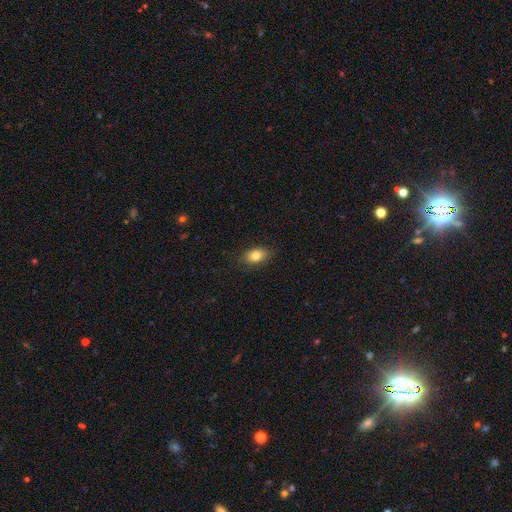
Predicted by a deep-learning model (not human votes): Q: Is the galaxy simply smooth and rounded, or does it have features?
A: smooth — 81%.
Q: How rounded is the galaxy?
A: in between — 83%.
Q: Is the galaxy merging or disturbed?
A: none — 85%.